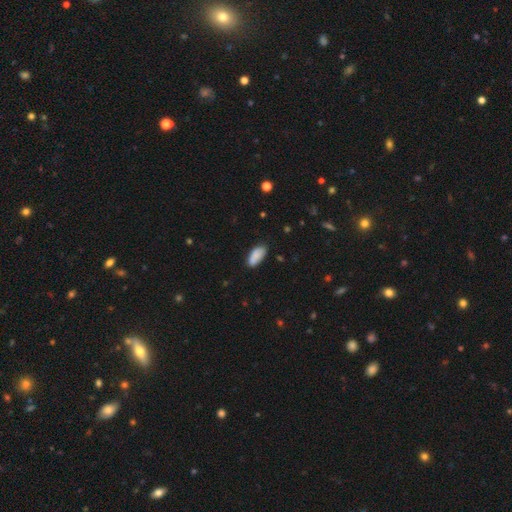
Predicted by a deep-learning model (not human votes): This appears to be a smooth galaxy with no disk features (86%) that is in between round and cigar-shaped (88%). Merging: none (73%).